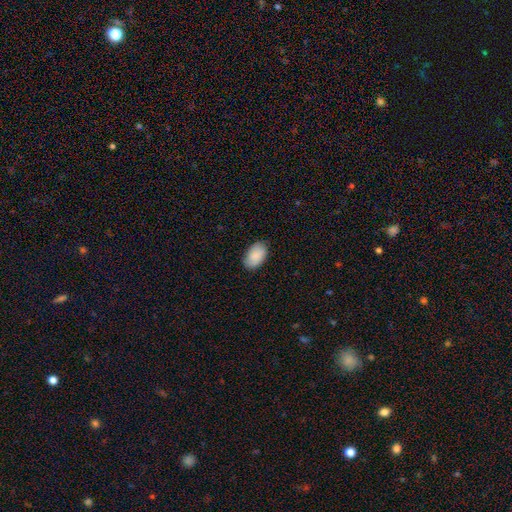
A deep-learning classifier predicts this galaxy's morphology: Smooth or featured? smooth (86%)
How rounded? in between (93%)
Merging? none (81%)